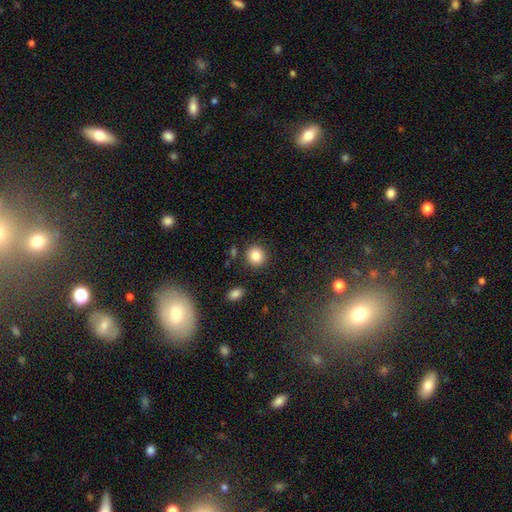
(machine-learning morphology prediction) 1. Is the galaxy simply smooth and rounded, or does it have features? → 85% smooth, 10% star or artifact, 5% featured or disk.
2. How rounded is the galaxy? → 88% round, 11% in between, 1% cigar-shaped.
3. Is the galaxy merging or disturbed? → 88% none, 7% minor disturbance, 3% merger, 2% major disturbance.